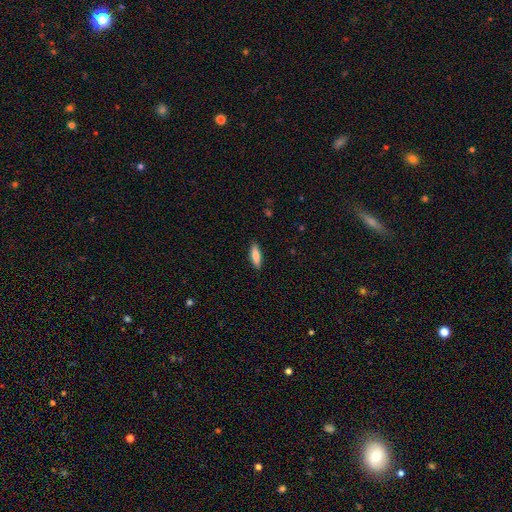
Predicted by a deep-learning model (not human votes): Overall: smooth (81%). How rounded: cigar-shaped (49%, tied with in between). Merging: none (89%).